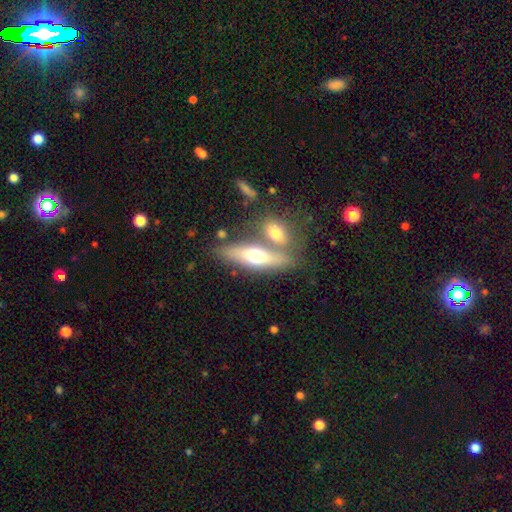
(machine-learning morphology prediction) Q: Smooth or featured?
A: smooth (51%); runner-up: featured or disk (42%)
Q: How rounded?
A: cigar-shaped (49%); runner-up: in between (47%)
Q: Merging?
A: none (49%); runner-up: merger (36%)